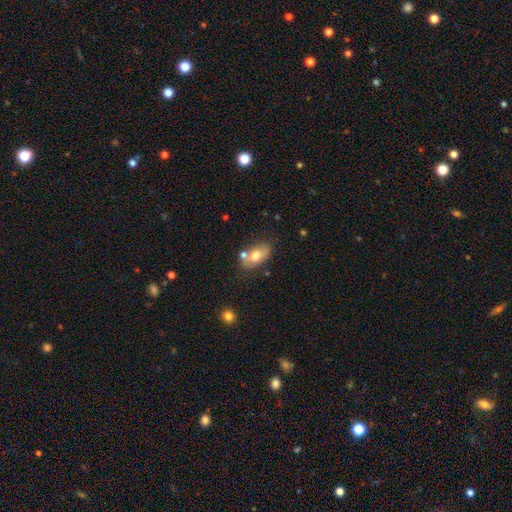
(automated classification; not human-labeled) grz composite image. It shows a smooth galaxy with no disk features (65%) that is in between round and cigar-shaped (86%). Merging: none (60%).